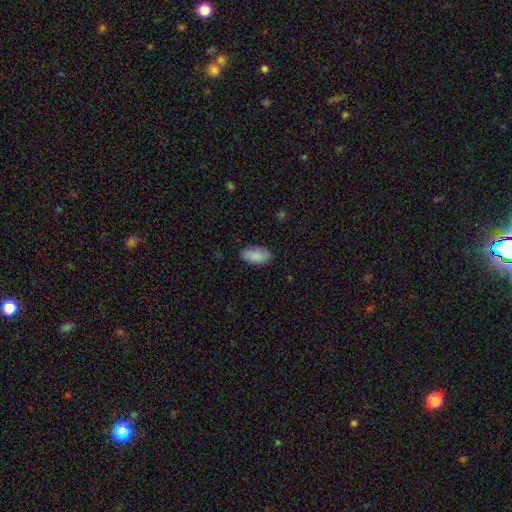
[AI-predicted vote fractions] smooth 88%, star or artifact 6%, featured or disk 6%. Down the decision tree: how rounded — in between (95%); merging — none (85%).